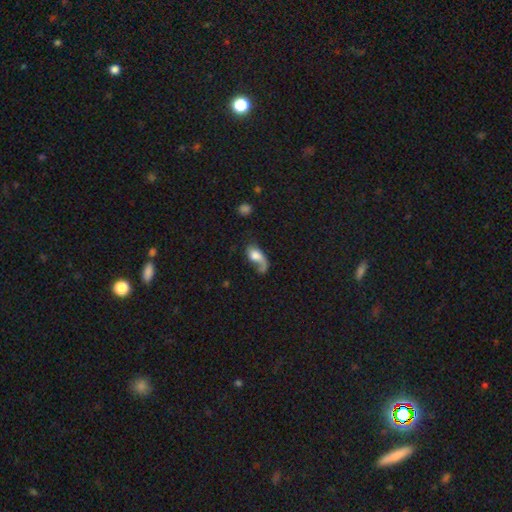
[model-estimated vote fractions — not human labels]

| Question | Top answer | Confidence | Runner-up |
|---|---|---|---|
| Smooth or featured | smooth | 49% | featured or disk (43%) |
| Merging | major disturbance | 43% | none (27%) |